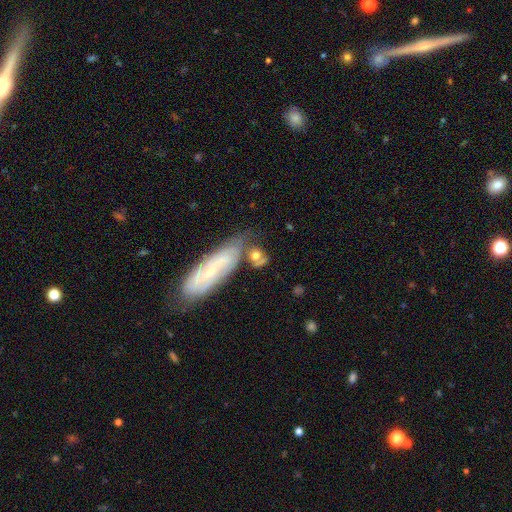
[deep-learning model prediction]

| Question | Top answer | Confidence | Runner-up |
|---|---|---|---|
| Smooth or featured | smooth | 60% | featured or disk (31%) |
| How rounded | round | 53% | in between (39%) |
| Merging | none | 49% | merger (26%) |